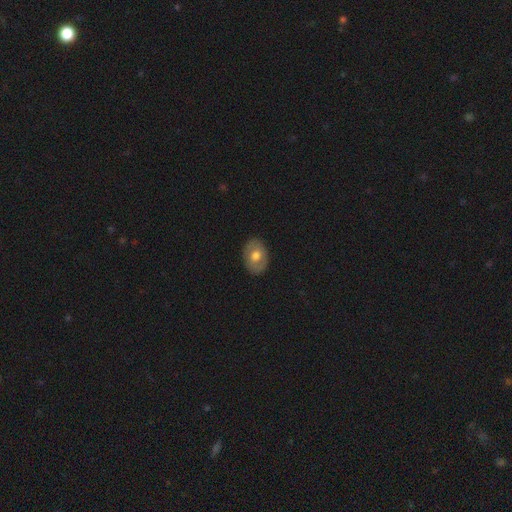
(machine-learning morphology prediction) Smooth or featured? smooth (59%)
How rounded? in between (75%)
Merging? none (86%)